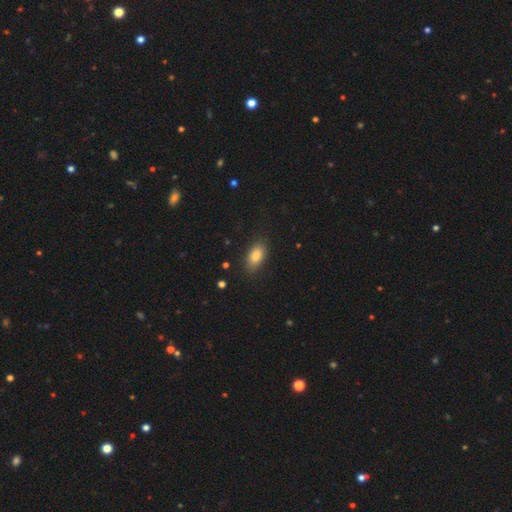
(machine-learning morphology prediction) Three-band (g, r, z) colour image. It shows a smooth galaxy with no disk features (84%) that is in between round and cigar-shaped (90%). Merging: none (84%).